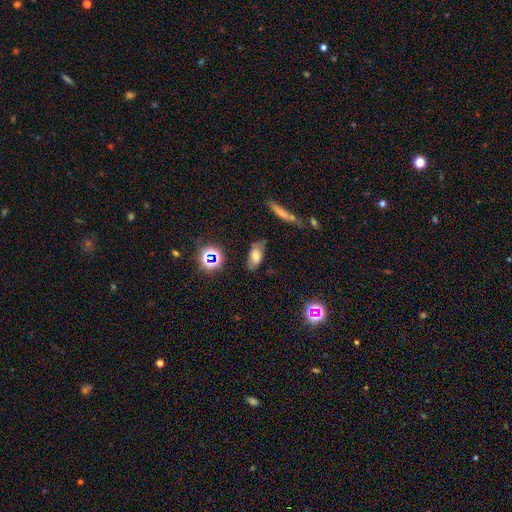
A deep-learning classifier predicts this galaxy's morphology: A smooth galaxy with no disk features (61%) that is in between round and cigar-shaped (87%). Merging: none (70%).